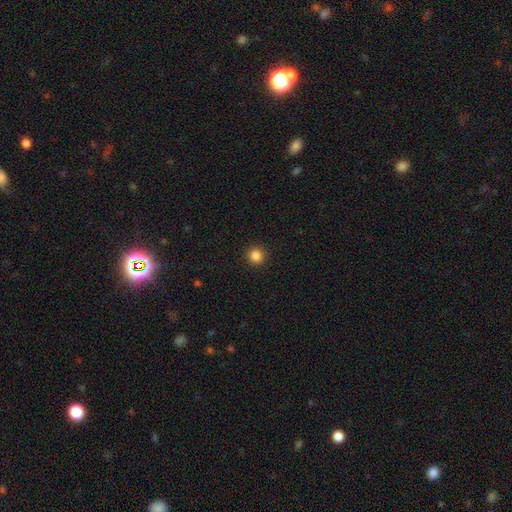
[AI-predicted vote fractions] Overall: smooth (85%). How rounded: round (93%). Merging: none (93%).